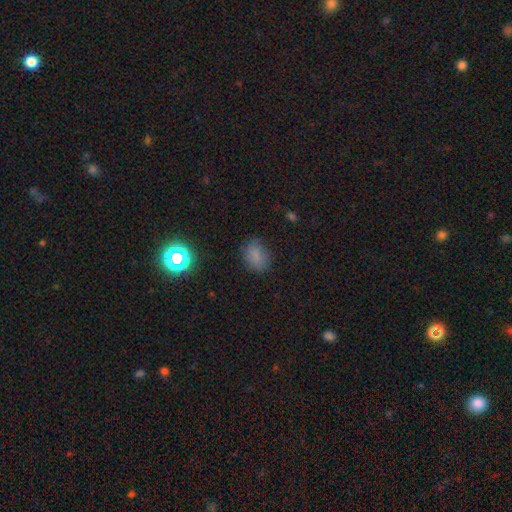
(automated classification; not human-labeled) smooth-or-featured: smooth: 76% | star or artifact: 17% | featured or disk: 7%
  how-rounded: in between: 61% | round: 38% | cigar-shaped: 1%
  merging: none: 75% | minor disturbance: 18% | major disturbance: 5% | merger: 2%